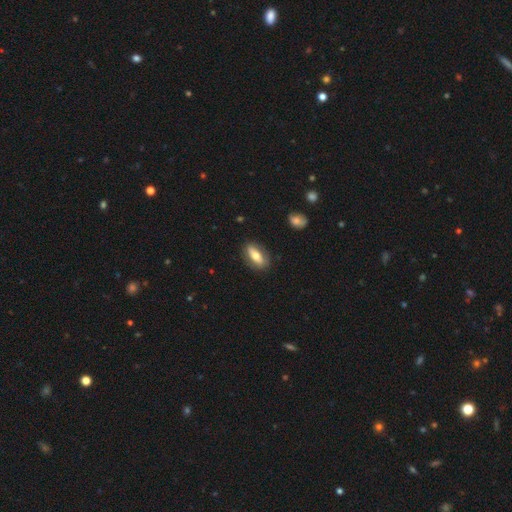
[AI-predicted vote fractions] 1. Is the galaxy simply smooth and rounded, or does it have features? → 61% smooth, 32% featured or disk, 6% star or artifact.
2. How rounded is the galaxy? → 77% in between, 19% cigar-shaped, 4% round.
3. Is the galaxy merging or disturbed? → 84% none, 12% minor disturbance, 3% major disturbance, 1% merger.